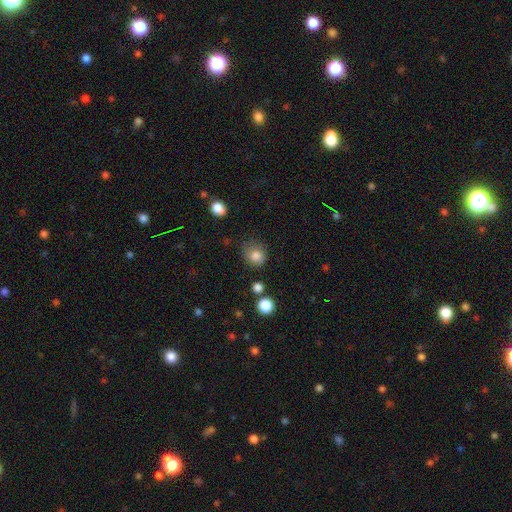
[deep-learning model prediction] Overall: smooth (84%). How rounded: round (77%). Merging: none (67%).